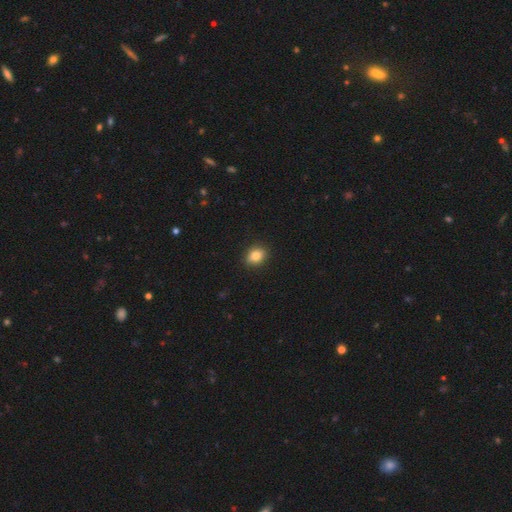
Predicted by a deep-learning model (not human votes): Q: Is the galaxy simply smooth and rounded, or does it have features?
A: smooth — 81%.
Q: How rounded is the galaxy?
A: in between — 56%.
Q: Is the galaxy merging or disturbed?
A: none — 88%.